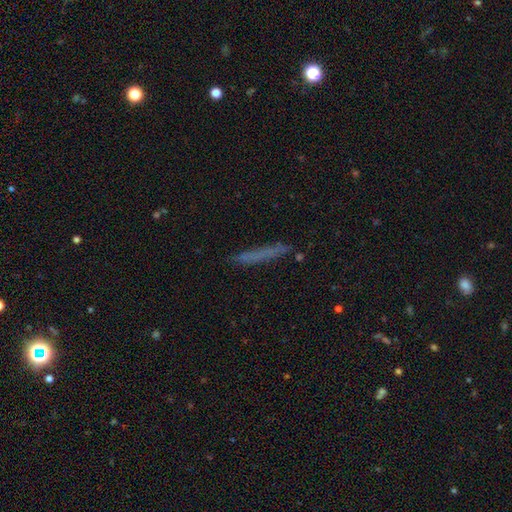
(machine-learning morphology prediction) Smooth or featured: smooth — 63% (featured or disk — 27%)
How rounded: cigar-shaped — 95% (in between — 3%)
Merging: none — 83% (minor disturbance — 12%)